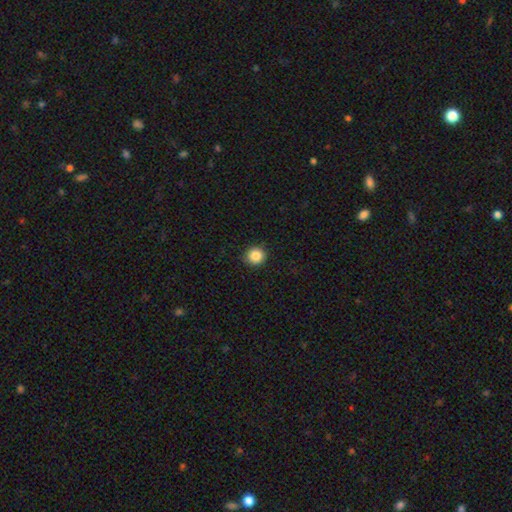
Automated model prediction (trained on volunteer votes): This is clearly a smooth galaxy (86%). How rounded: clearly round (94%). Merging: clearly none (90%).